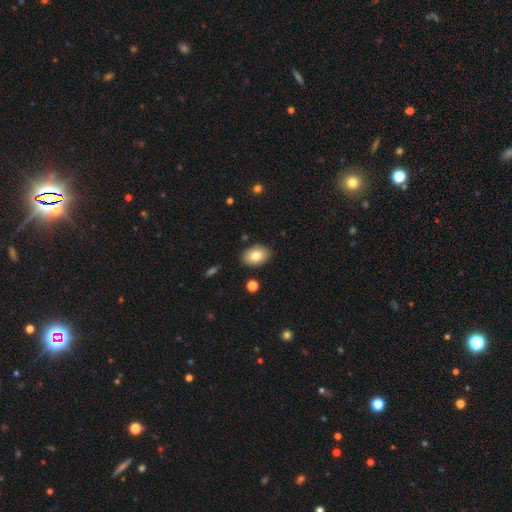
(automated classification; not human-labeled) A smooth galaxy with no disk features (81%) that is in between round and cigar-shaped (84%). Merging: none (85%).